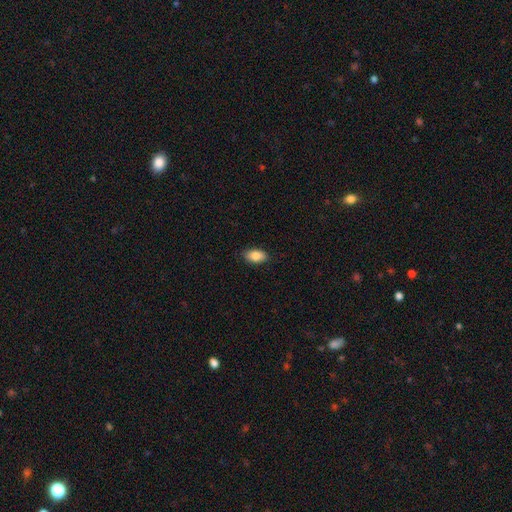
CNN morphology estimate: Smooth or featured? smooth (86%)
How rounded? in between (92%)
Merging? none (88%)